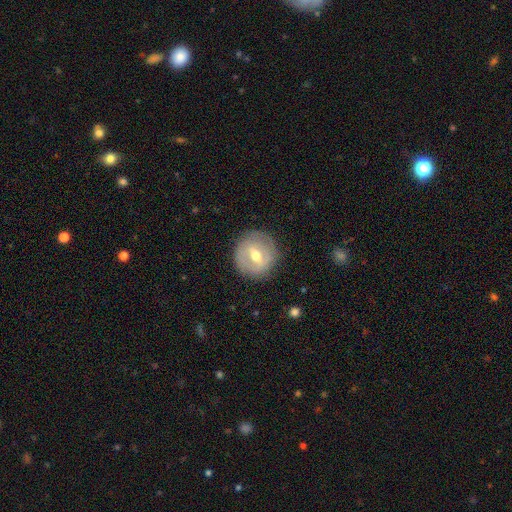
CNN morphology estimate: This is possibly a featured or disk galaxy (59%). It is clearly not viewed edge-on (93%). Bar: possibly weak (48%). Spiral arm pattern: likely no (63%). Central bulge: likely moderate (74%). Merging: clearly none (83%).